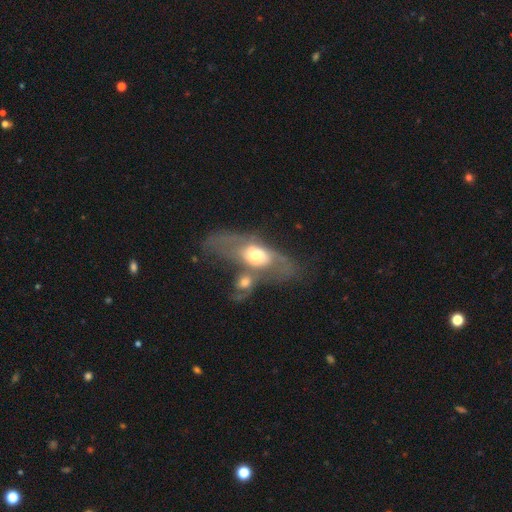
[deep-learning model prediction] Smooth or featured?
  - featured or disk: 57% *
  - smooth: 36%
  - star or artifact: 7%
Edge-on disk?
  - no: 84% *
  - yes: 16%
Merging?
  - merger: 55% *
  - none: 18%
  - major disturbance: 17%
  - minor disturbance: 10%